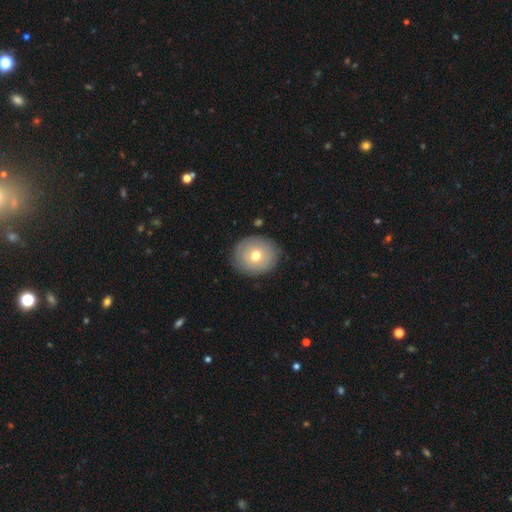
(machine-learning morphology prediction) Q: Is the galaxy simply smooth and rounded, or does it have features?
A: smooth — 64%.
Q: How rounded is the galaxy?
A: round — 78%.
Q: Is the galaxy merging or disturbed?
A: none — 85%.